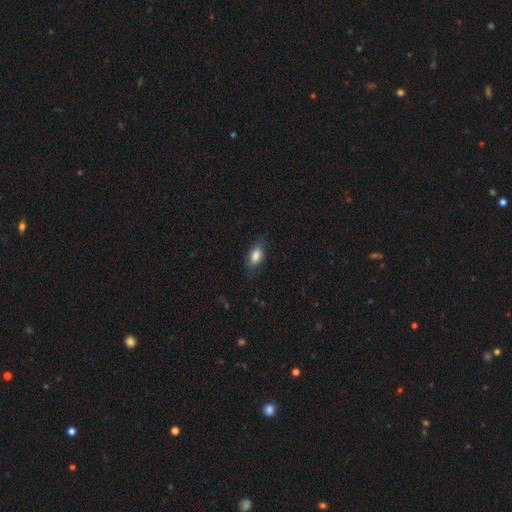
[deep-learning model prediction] Smooth or featured: smooth — 84% (featured or disk — 8%)
How rounded: in between — 88% (cigar-shaped — 7%)
Merging: none — 76% (minor disturbance — 17%)